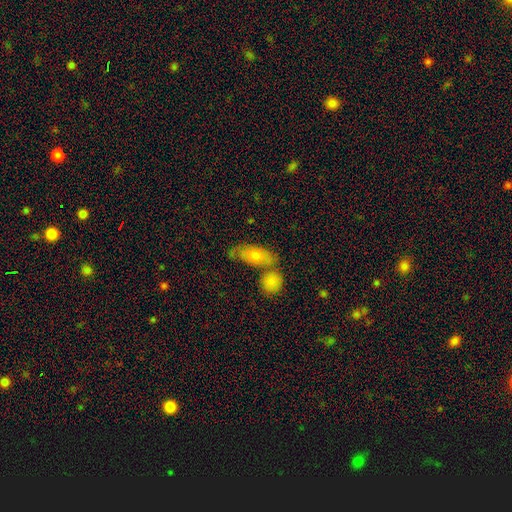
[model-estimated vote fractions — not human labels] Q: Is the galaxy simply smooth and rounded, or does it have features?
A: smooth — 71%.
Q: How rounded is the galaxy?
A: in between — 83%.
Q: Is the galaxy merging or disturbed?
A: none — 46%.